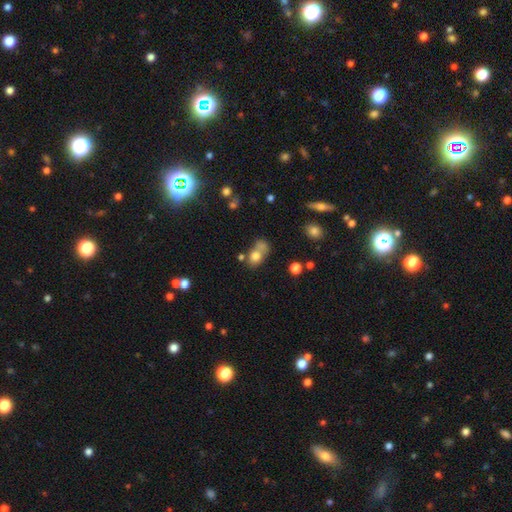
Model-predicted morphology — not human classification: smooth_or_featured: smooth (p=0.75) [alt: featured or disk p=0.13]
how_rounded: in between (p=0.55) [alt: round p=0.44]
merging: merger (p=0.40) [alt: none p=0.33]